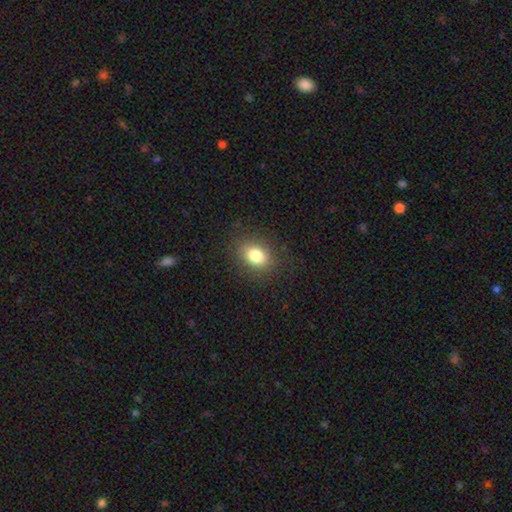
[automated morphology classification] A smooth galaxy with no disk features (82%) that is in between round and cigar-shaped (65%).

Vote fractions:
- Smooth or featured? smooth: 82% / star or artifact: 11% / featured or disk: 8%
- How rounded? in between: 65% / round: 34% / cigar-shaped: 1%
- Merging? none: 85% / minor disturbance: 10% / major disturbance: 4% / merger: 1%